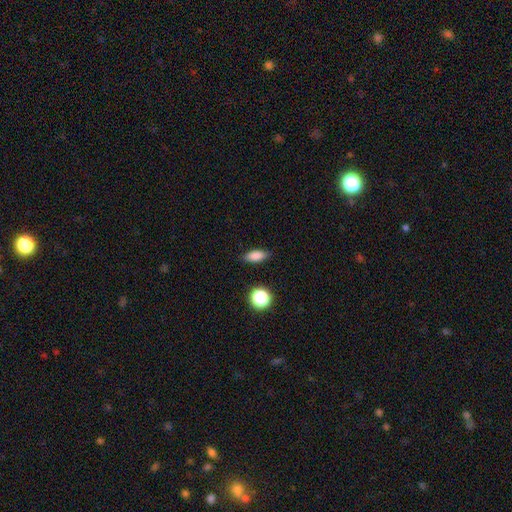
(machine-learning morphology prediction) smooth 84%, star or artifact 10%, featured or disk 6%. Down the decision tree: how rounded — in between (75%); merging — none (86%).